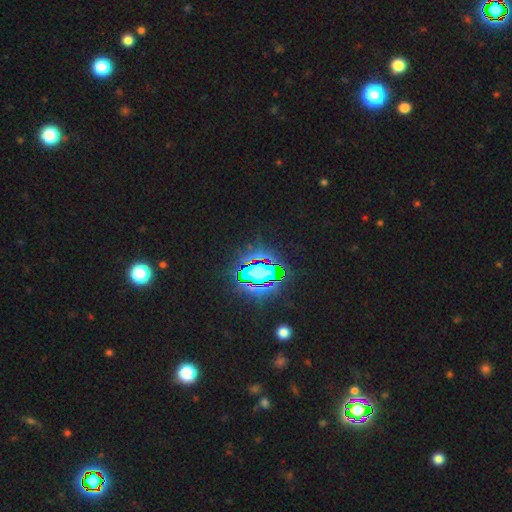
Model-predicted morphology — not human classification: This appears to be a star or artifact, not a galaxy (83%).